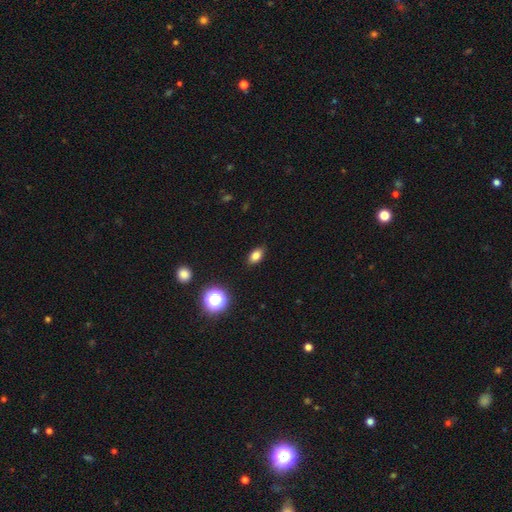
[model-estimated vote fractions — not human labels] Smooth or featured: smooth — 79% (star or artifact — 13%)
How rounded: in between — 83% (round — 13%)
Merging: none — 87% (minor disturbance — 10%)